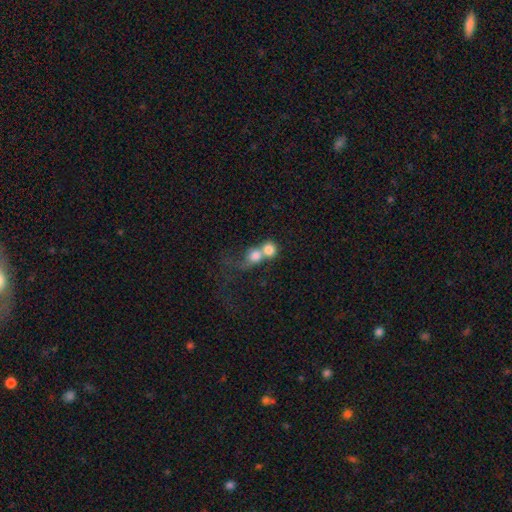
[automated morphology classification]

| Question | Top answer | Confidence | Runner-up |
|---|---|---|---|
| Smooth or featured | smooth | 75% | featured or disk (15%) |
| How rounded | round | 74% | in between (24%) |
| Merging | merger | 72% | none (17%) |